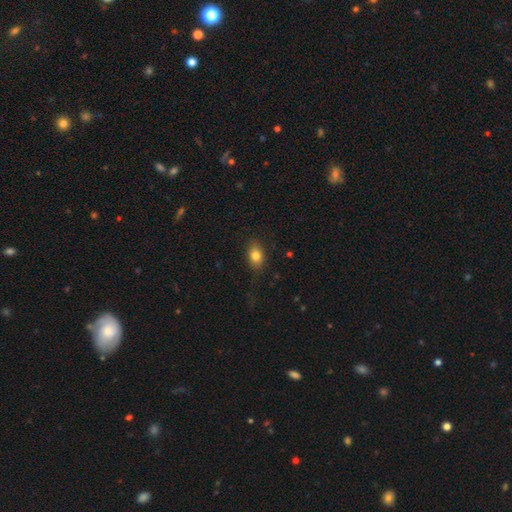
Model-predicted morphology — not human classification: The model was most divided on "how rounded": in between: 81%, round: 17%, cigar-shaped: 2%. More confident: merging — none (84%); smooth or featured — smooth (82%).